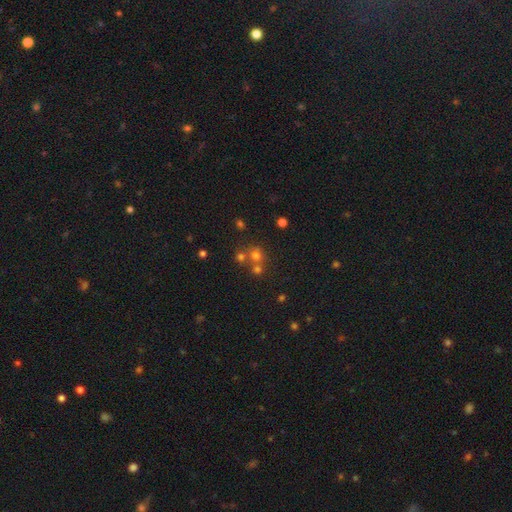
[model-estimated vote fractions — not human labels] A smooth galaxy with no disk features (60%) that is round (86%). Merging: none (53%).